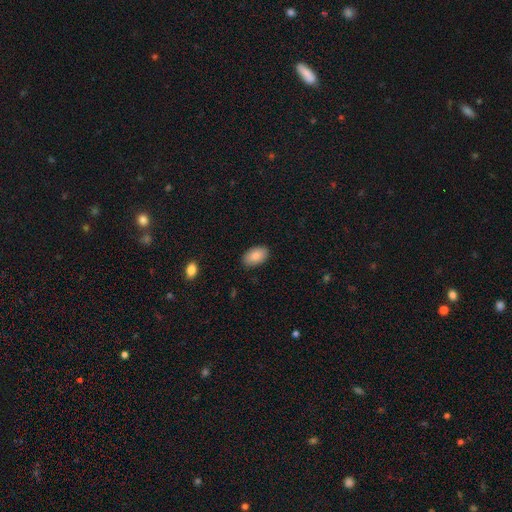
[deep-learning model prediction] smooth 87%, star or artifact 7%, featured or disk 6%. Down the decision tree: how rounded — in between (94%); merging — none (87%).